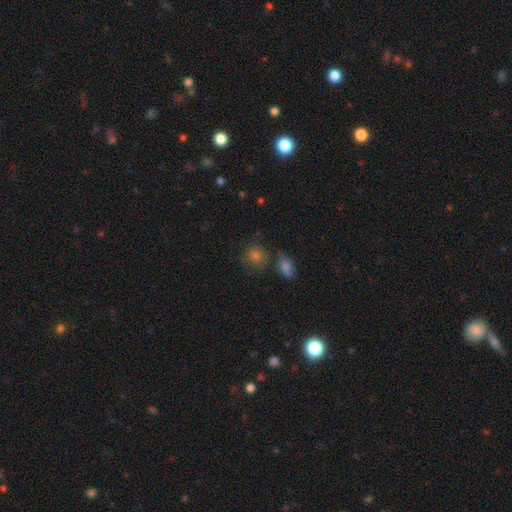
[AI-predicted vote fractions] smooth-or-featured: smooth: 57% | star or artifact: 27% | featured or disk: 16%
  how-rounded: round: 80% | in between: 18% | cigar-shaped: 2%
  merging: none: 67% | merger: 14% | minor disturbance: 13% | major disturbance: 5%